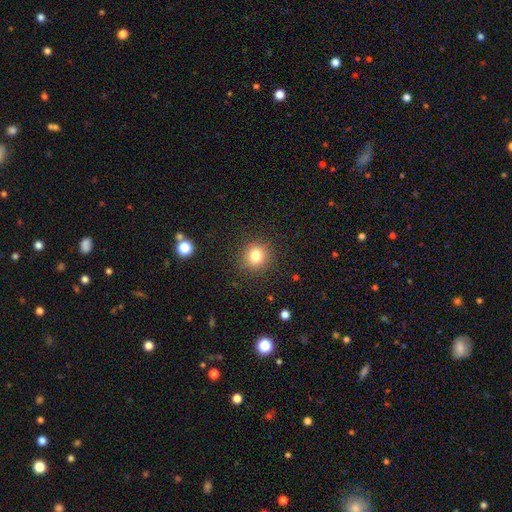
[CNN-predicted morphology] smooth_or_featured: smooth (p=0.79) [alt: star or artifact p=0.13]
how_rounded: round (p=0.91) [alt: in between p=0.08]
merging: none (p=0.89) [alt: minor disturbance p=0.07]